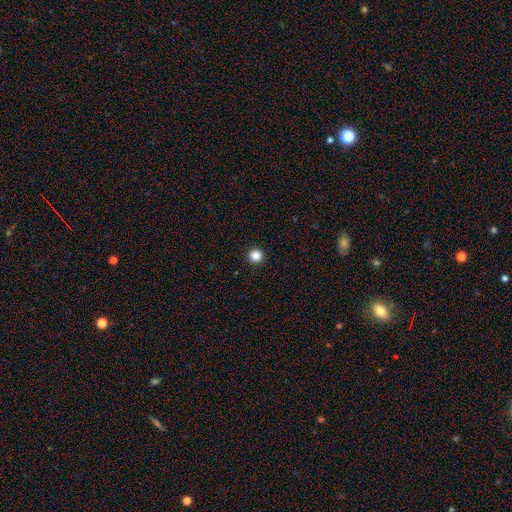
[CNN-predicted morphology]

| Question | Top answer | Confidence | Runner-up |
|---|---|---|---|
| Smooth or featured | smooth | 85% | star or artifact (12%) |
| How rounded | round | 96% | in between (3%) |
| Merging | none | 94% | minor disturbance (3%) |